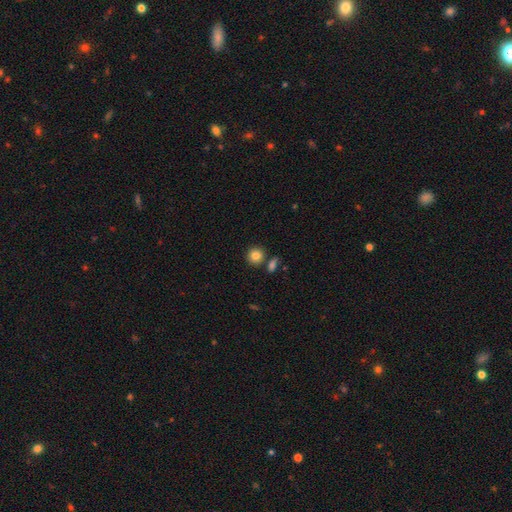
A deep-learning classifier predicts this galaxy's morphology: Smooth or featured?
  - smooth: 83% *
  - star or artifact: 10%
  - featured or disk: 7%
How rounded?
  - round: 88% *
  - in between: 11%
  - cigar-shaped: 1%
Merging?
  - none: 77% *
  - merger: 11%
  - minor disturbance: 9%
  - major disturbance: 3%